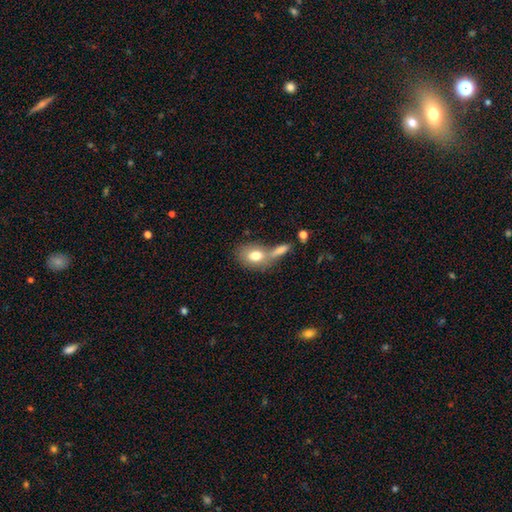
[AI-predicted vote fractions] Smooth or featured? Predicted: smooth (p=0.77). How rounded? Predicted: in between (p=0.69). Merging? Predicted: none (p=0.44).